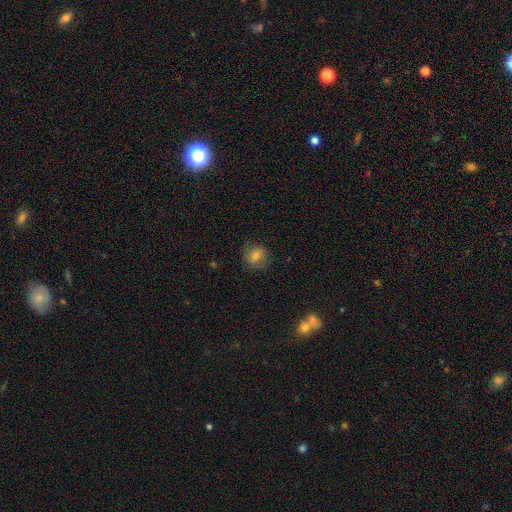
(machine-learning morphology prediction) Overall: smooth (77%). How rounded: round (76%). Merging: none (78%).